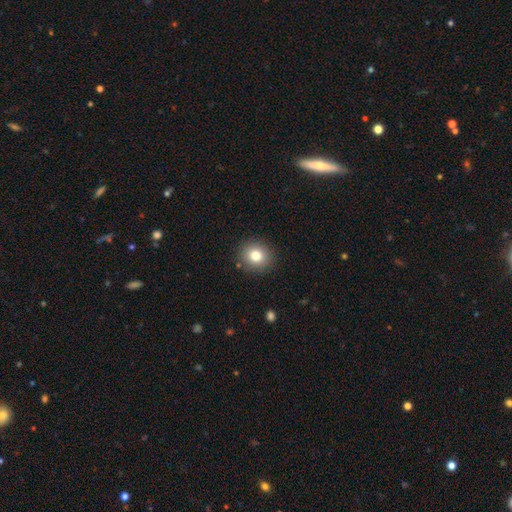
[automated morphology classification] Q: Smooth or featured?
A: smooth (80%); runner-up: star or artifact (11%)
Q: How rounded?
A: round (82%); runner-up: in between (17%)
Q: Merging?
A: none (89%); runner-up: minor disturbance (7%)